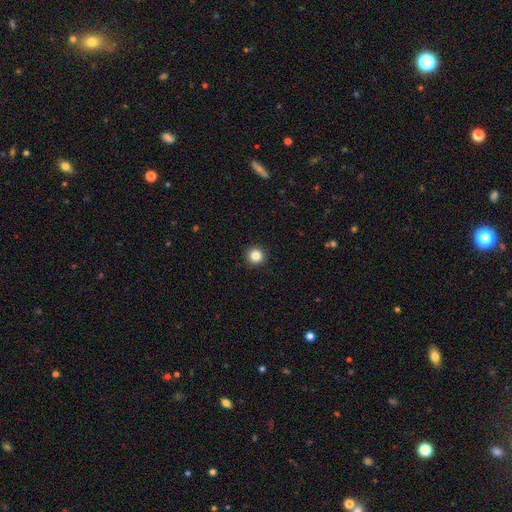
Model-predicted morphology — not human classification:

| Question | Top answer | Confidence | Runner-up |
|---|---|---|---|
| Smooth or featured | smooth | 85% | star or artifact (11%) |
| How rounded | round | 96% | in between (3%) |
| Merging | none | 94% | minor disturbance (4%) |